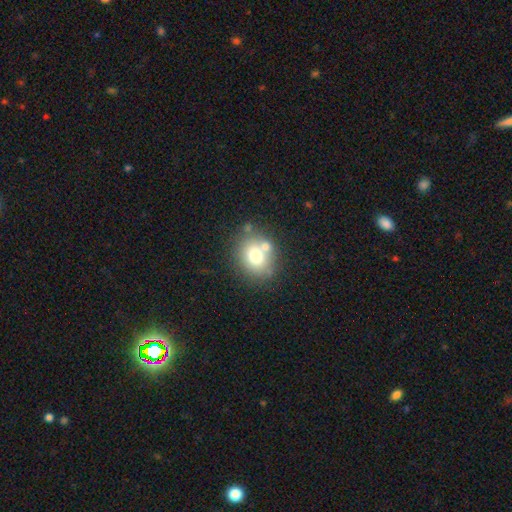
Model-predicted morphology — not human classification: Smooth or featured? Predicted: smooth (p=0.71). How rounded? Predicted: round (p=0.64). Merging? Predicted: none (p=0.63).